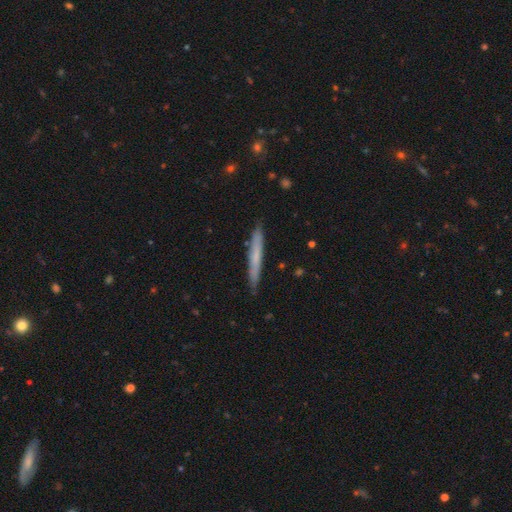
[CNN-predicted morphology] A smooth galaxy with no disk features (59%) that is cigar-shaped (96%). Merging: none (88%).